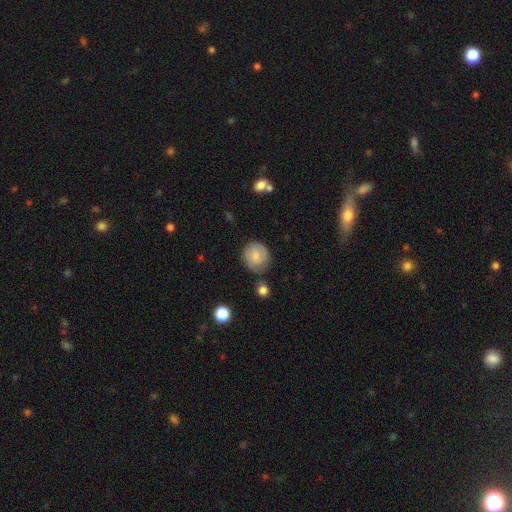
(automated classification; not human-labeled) The model was most divided on "smooth or featured": smooth: 57%, featured or disk: 35%, star or artifact: 8%. More confident: how rounded — round (85%); merging — none (74%).